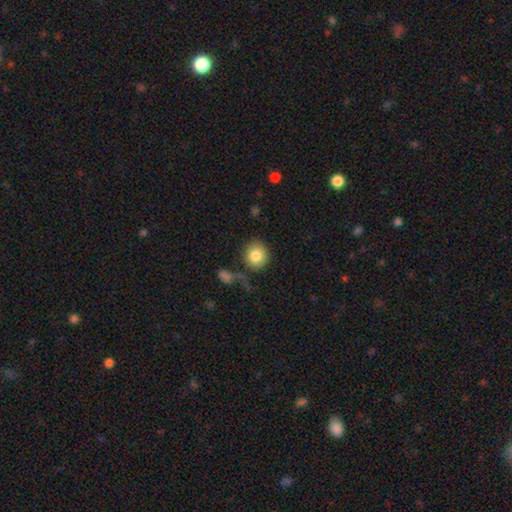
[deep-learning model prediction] smooth-or-featured: smooth: 83% | featured or disk: 9% | star or artifact: 8%
  how-rounded: round: 86% | in between: 13% | cigar-shaped: 1%
  merging: none: 72% | minor disturbance: 14% | major disturbance: 7% | merger: 7%